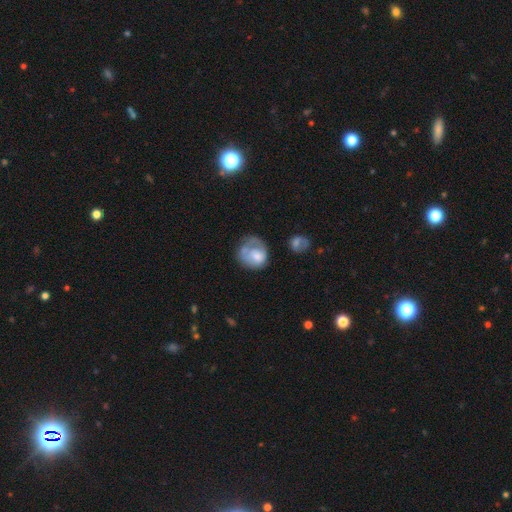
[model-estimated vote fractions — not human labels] A smooth galaxy with no disk features (58%) that is round (69%).

Vote fractions:
- Smooth or featured? smooth: 58% / featured or disk: 34% / star or artifact: 8%
- How rounded? round: 69% / in between: 30% / cigar-shaped: 1%
- Merging? none: 38% / major disturbance: 27% / minor disturbance: 27% / merger: 7%